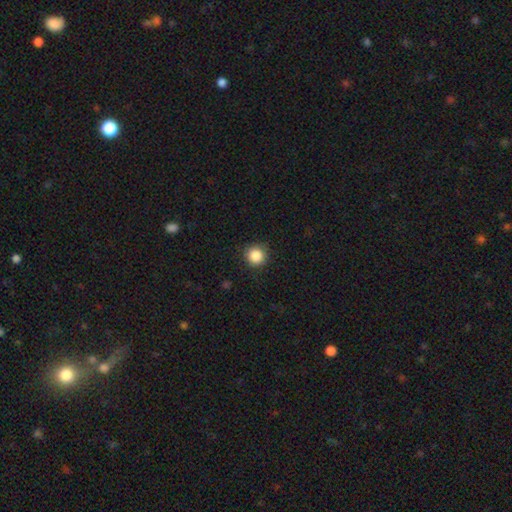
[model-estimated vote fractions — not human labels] The model was most divided on "smooth or featured": smooth: 86%, star or artifact: 10%, featured or disk: 4%. More confident: how rounded — round (94%); merging — none (89%).